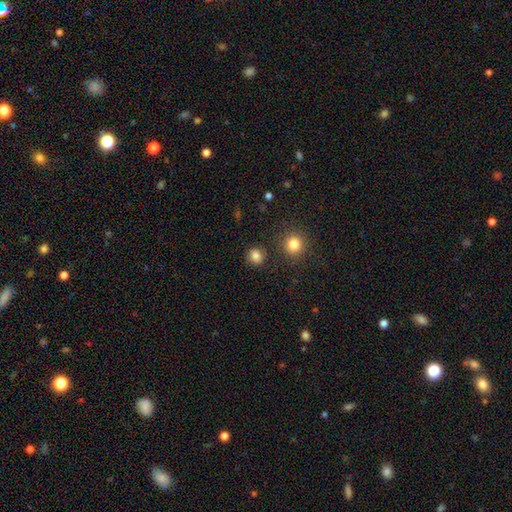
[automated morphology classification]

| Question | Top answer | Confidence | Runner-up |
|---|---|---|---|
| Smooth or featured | smooth | 83% | star or artifact (12%) |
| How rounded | round | 85% | in between (14%) |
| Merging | none | 87% | minor disturbance (7%) |